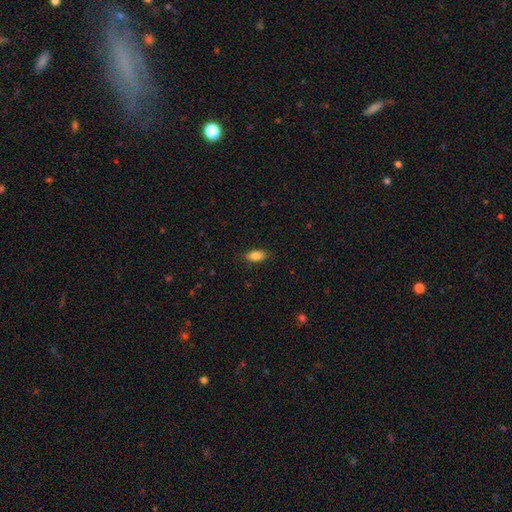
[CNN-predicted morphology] A smooth galaxy with no disk features (85%) that is in between round and cigar-shaped (88%).

Vote fractions:
- Smooth or featured? smooth: 85% / star or artifact: 8% / featured or disk: 7%
- How rounded? in between: 88% / cigar-shaped: 8% / round: 4%
- Merging? none: 86% / minor disturbance: 10% / major disturbance: 2% / merger: 1%